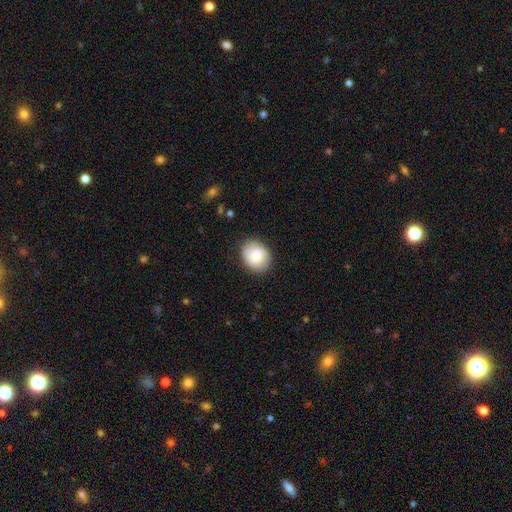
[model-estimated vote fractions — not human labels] Smooth or featured? Predicted: smooth (p=0.77). How rounded? Predicted: round (p=0.56). Merging? Predicted: none (p=0.84).